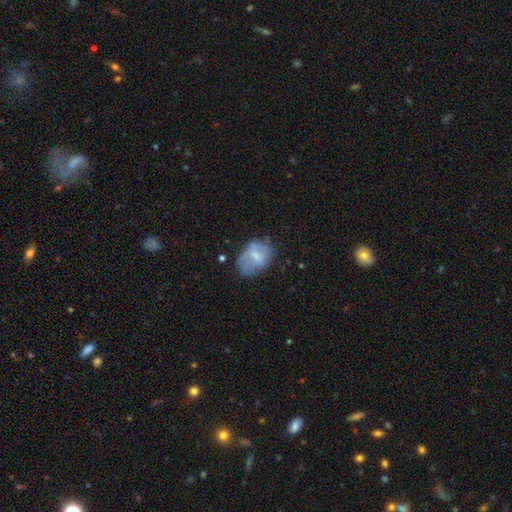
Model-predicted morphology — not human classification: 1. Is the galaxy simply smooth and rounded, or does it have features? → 59% smooth, 33% featured or disk, 8% star or artifact.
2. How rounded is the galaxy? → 80% in between, 19% round, 1% cigar-shaped.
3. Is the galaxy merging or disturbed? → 53% none, 30% minor disturbance, 15% major disturbance, 3% merger.